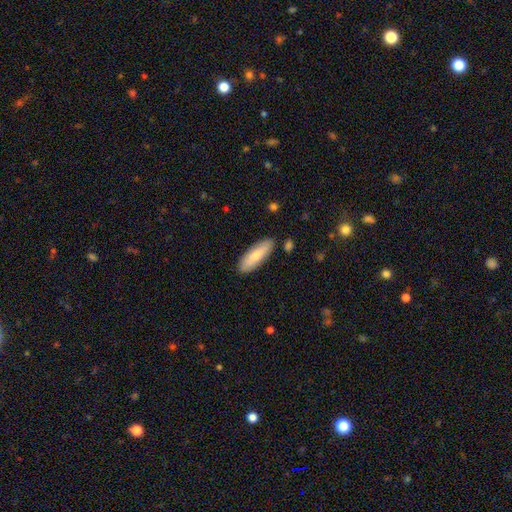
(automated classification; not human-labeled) Q: Smooth or featured?
A: smooth (73%); runner-up: featured or disk (22%)
Q: How rounded?
A: in between (51%); runner-up: cigar-shaped (47%)
Q: Merging?
A: none (87%); runner-up: minor disturbance (9%)